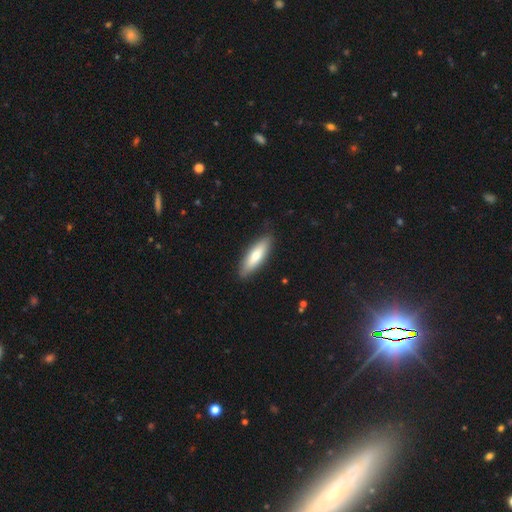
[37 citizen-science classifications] This is likely a smooth galaxy (70%). How rounded: likely in between (62%). Merging: clearly none (97%).